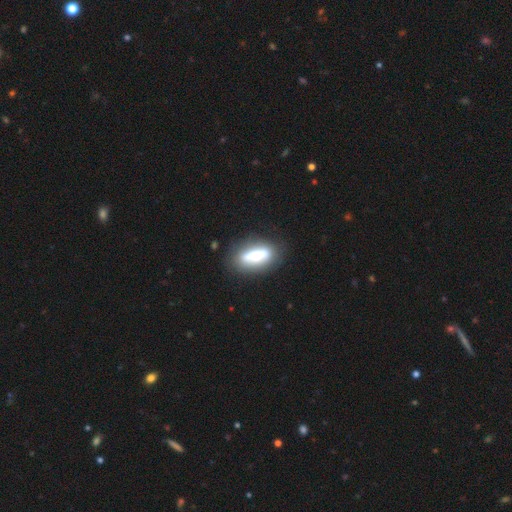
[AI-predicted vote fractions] A smooth galaxy with no disk features (52%) that is in between round and cigar-shaped (74%). Merging: none (74%).